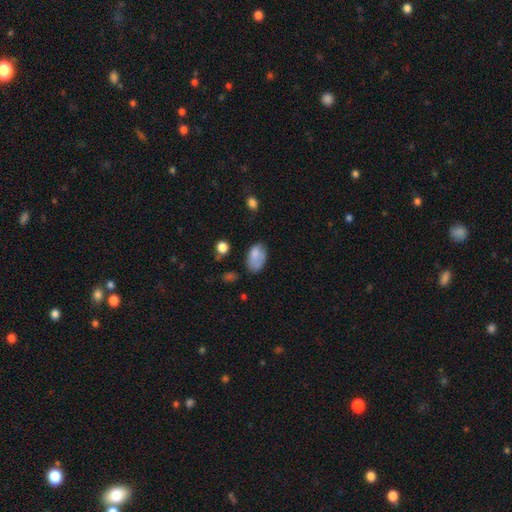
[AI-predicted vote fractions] smooth_or_featured: smooth (p=0.77) [alt: featured or disk p=0.15]
how_rounded: in between (p=0.92) [alt: round p=0.07]
merging: none (p=0.50) [alt: minor disturbance p=0.31]